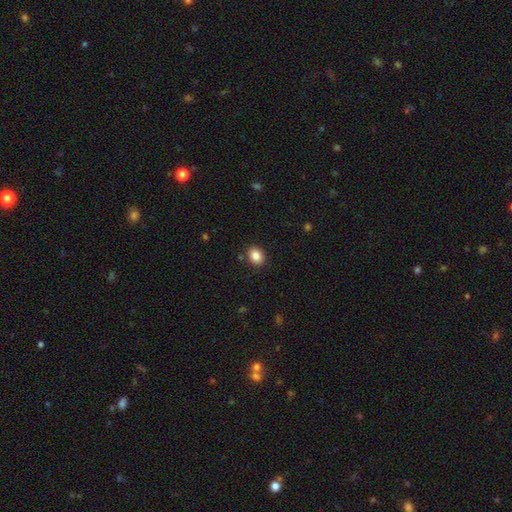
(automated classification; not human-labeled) smooth_or_featured: smooth (p=0.85) [alt: star or artifact p=0.09]
how_rounded: in between (p=0.58) [alt: round p=0.42]
merging: none (p=0.89) [alt: minor disturbance p=0.08]